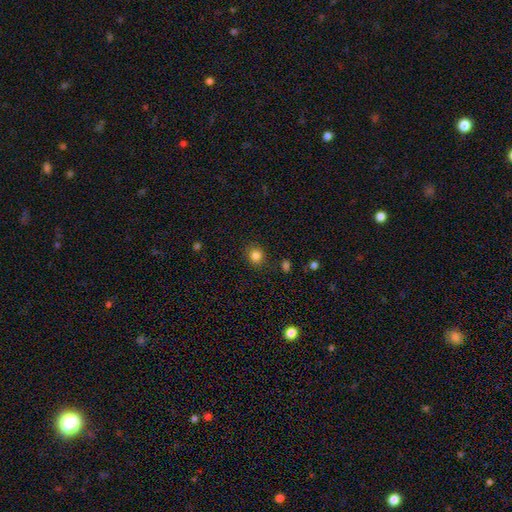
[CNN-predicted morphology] Smooth or featured?
  - smooth: 83% *
  - star or artifact: 12%
  - featured or disk: 5%
How rounded?
  - round: 83% *
  - in between: 16%
  - cigar-shaped: 1%
Merging?
  - none: 87% *
  - minor disturbance: 8%
  - major disturbance: 3%
  - merger: 2%